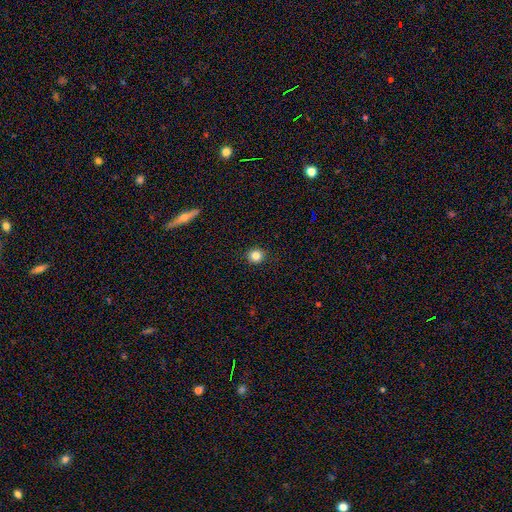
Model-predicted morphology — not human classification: smooth 84%, star or artifact 11%, featured or disk 5%. Down the decision tree: how rounded — round (92%); merging — none (93%).